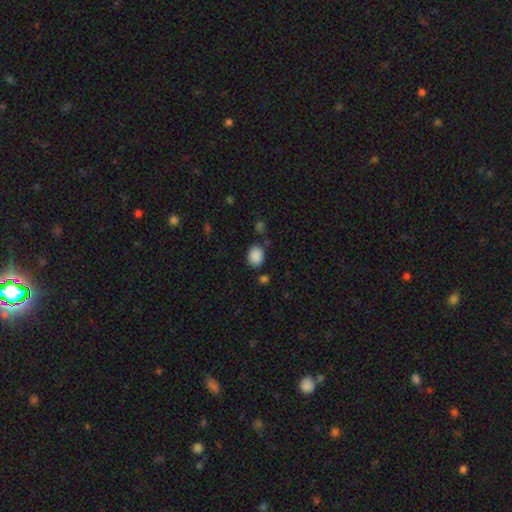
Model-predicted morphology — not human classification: Q: Smooth or featured?
A: smooth (88%); runner-up: star or artifact (9%)
Q: How rounded?
A: in between (58%); runner-up: round (41%)
Q: Merging?
A: none (76%); runner-up: minor disturbance (14%)